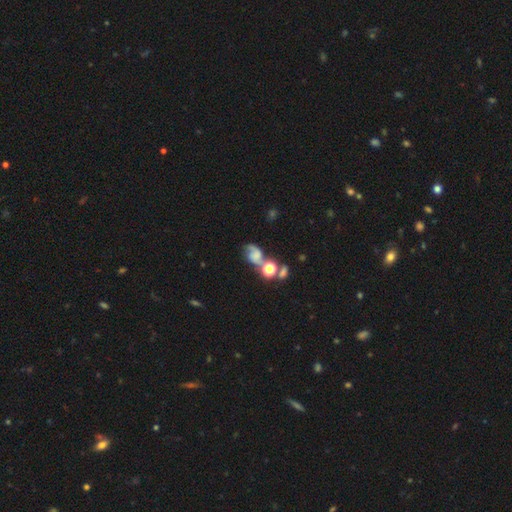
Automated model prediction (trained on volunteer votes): Morphology: type=featured or disk (49%); merging=none (34%).